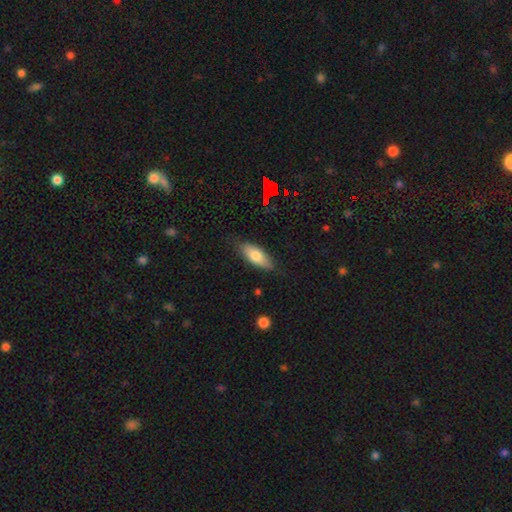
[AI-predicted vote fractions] Smooth or featured? smooth (74%)
How rounded? in between (75%)
Merging? none (79%)